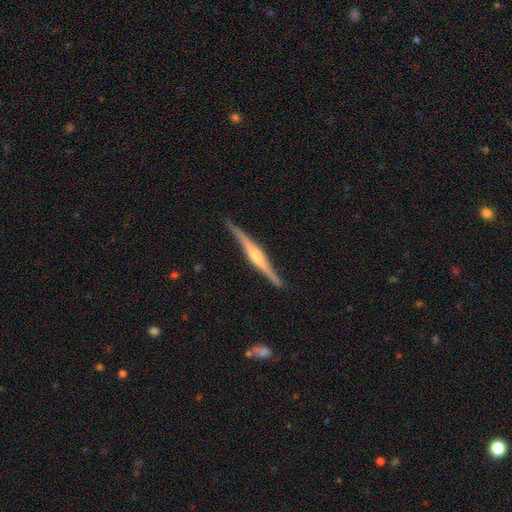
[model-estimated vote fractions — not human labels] This appears to be a featured or disk galaxy (79%) viewed edge-on (98%) with a rounded central bulge (69%). Merging: none (86%).